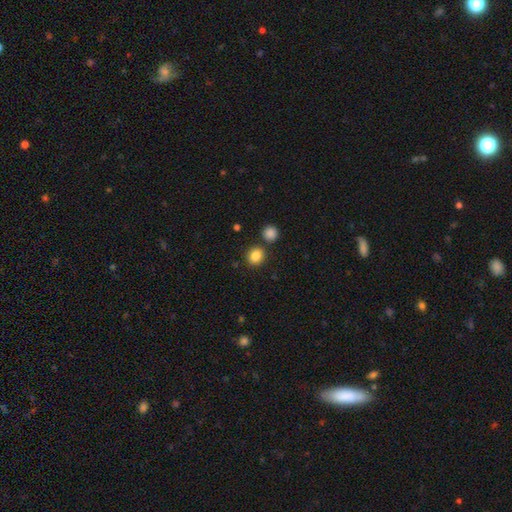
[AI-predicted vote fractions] Smooth or featured: smooth — 86% (star or artifact — 10%)
How rounded: round — 74% (in between — 25%)
Merging: none — 79% (merger — 10%)